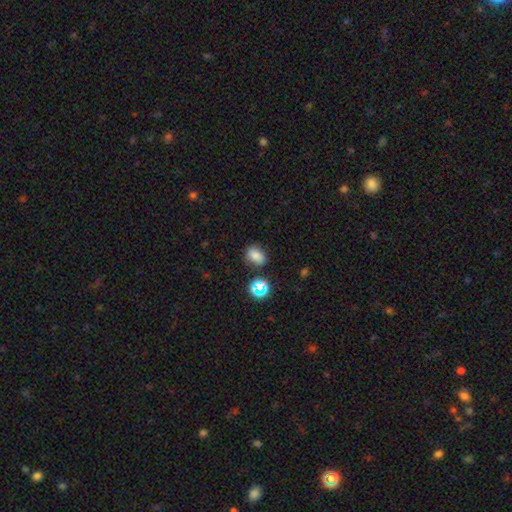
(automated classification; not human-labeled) Smooth or featured? Predicted: smooth (p=0.76). How rounded? Predicted: in between (p=0.69). Merging? Predicted: none (p=0.75).